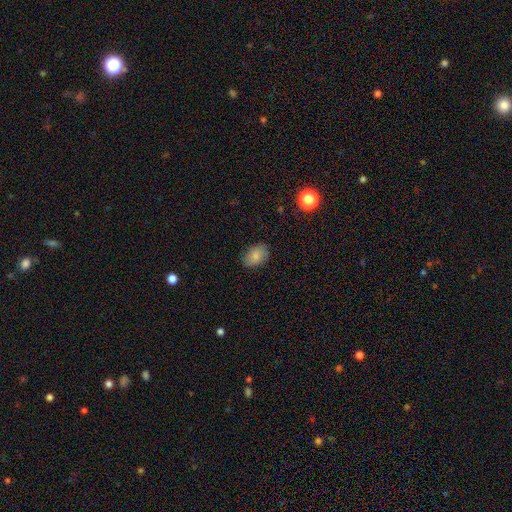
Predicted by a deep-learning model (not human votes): A smooth galaxy with no disk features (81%) that is in between round and cigar-shaped (81%). Merging: none (83%).